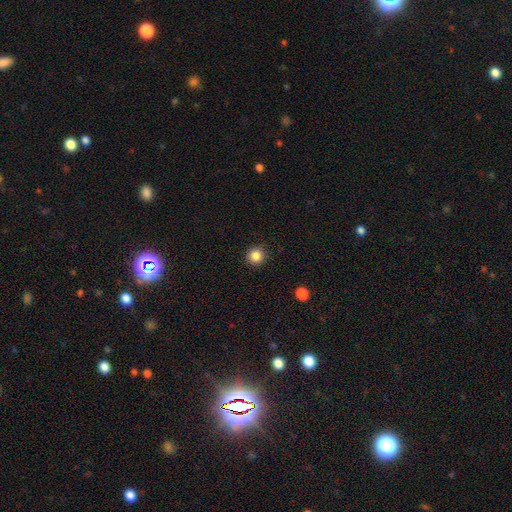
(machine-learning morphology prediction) type=smooth (86%); roundness=round (94%); merging=none (92%).